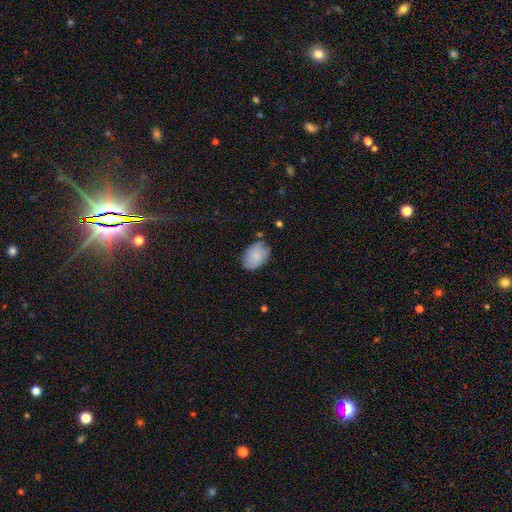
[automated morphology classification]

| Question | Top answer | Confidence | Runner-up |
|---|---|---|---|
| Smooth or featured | smooth | 82% | featured or disk (11%) |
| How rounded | in between | 84% | round (15%) |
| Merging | none | 71% | minor disturbance (22%) |